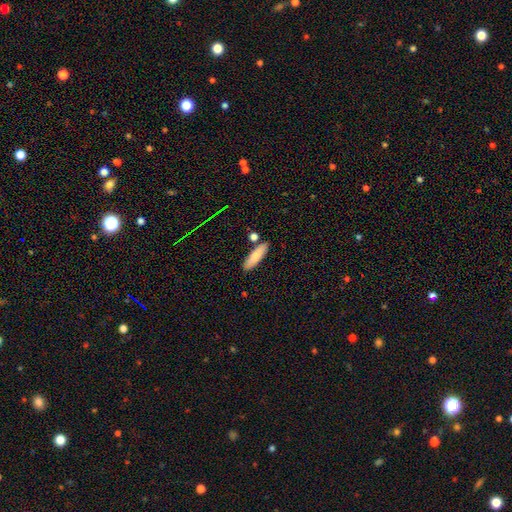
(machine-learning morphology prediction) Q: Smooth or featured?
A: smooth (82%); runner-up: featured or disk (12%)
Q: How rounded?
A: cigar-shaped (56%); runner-up: in between (42%)
Q: Merging?
A: none (82%); runner-up: minor disturbance (10%)